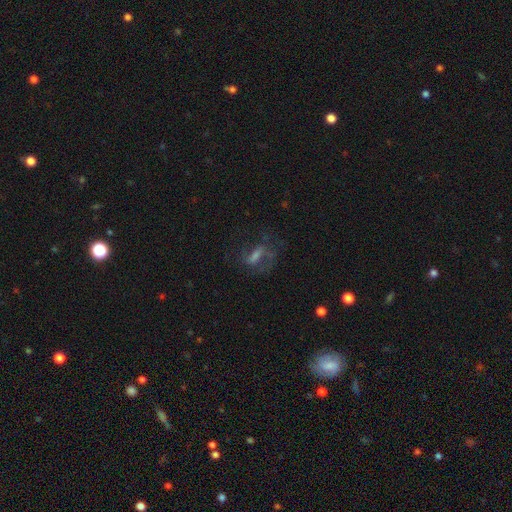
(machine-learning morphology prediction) smooth-or-featured: featured or disk: 50% | smooth: 30% | star or artifact: 20%
  disk-edge-on: no: 88% | yes: 12%
  merging: none: 52% | major disturbance: 27% | minor disturbance: 19% | merger: 2%